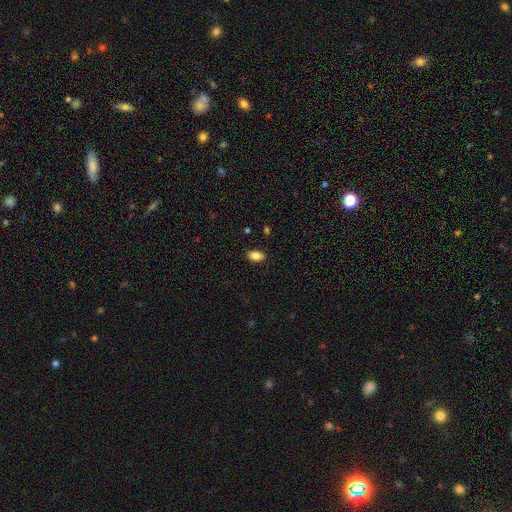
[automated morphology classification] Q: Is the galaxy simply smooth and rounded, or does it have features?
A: smooth — 86%.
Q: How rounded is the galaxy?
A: in between — 89%.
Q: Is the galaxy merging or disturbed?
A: none — 88%.